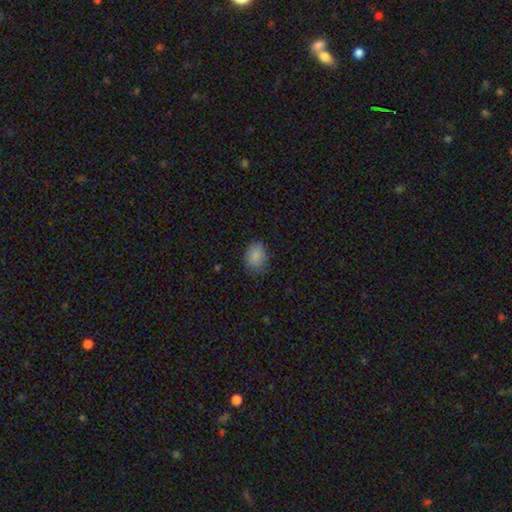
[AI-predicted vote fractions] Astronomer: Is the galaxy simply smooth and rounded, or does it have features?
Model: smooth — 86%.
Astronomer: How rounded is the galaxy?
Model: in between — 63%.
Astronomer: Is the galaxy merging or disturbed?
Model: none — 74%.